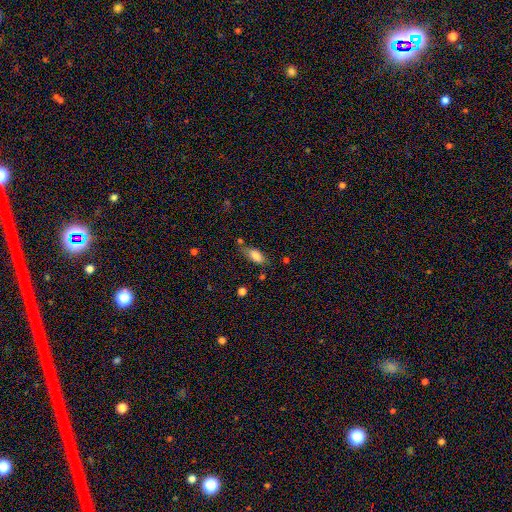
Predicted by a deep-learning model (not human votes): smooth_or_featured: smooth (p=0.81) [alt: featured or disk p=0.11]
how_rounded: in between (p=0.84) [alt: cigar-shaped p=0.13]
merging: none (p=0.57) [alt: minor disturbance p=0.26]